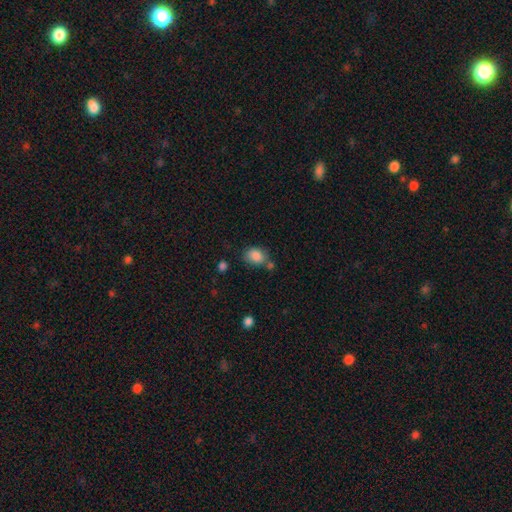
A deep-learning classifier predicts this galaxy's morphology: Smooth or featured?
  - smooth: 86% *
  - star or artifact: 9%
  - featured or disk: 6%
How rounded?
  - in between: 61% *
  - round: 38%
  - cigar-shaped: 1%
Merging?
  - none: 58% *
  - minor disturbance: 20%
  - merger: 15%
  - major disturbance: 6%